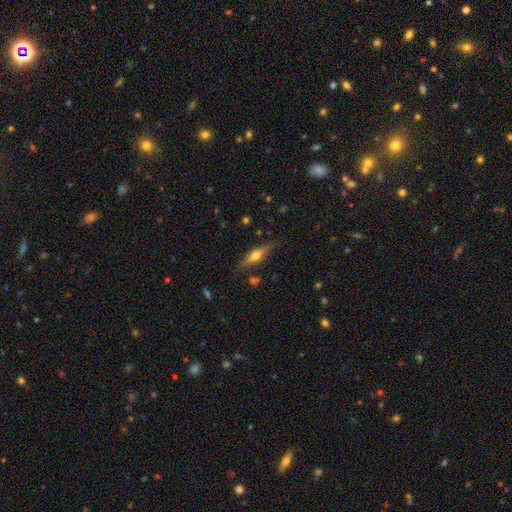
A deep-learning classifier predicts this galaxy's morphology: A featured or disk galaxy (62%) viewed edge-on (94%) with a rounded central bulge (91%). Merging: none (81%).